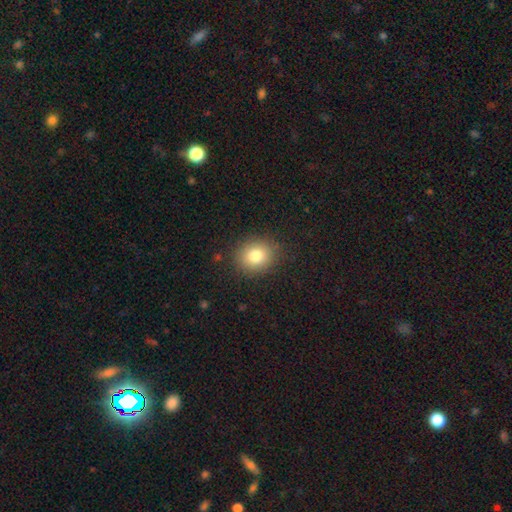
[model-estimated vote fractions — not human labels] A smooth galaxy with no disk features (80%) that is round (67%). Merging: none (87%).